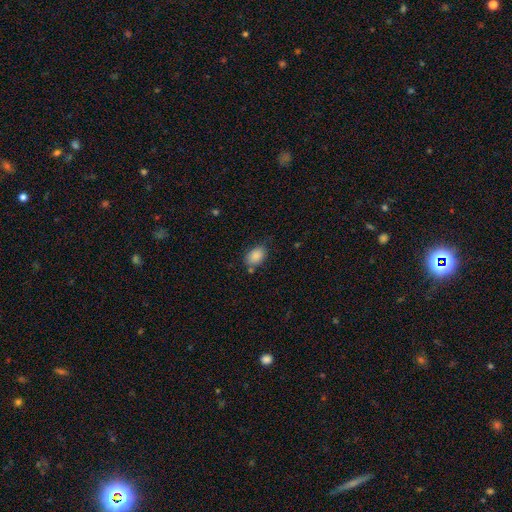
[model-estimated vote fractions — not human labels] Smooth or featured? smooth (87%)
How rounded? in between (84%)
Merging? none (66%)